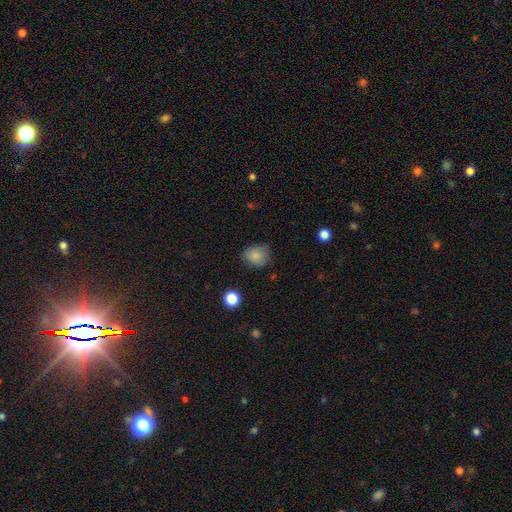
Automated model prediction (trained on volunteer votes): Q: Smooth or featured?
A: smooth (83%); runner-up: star or artifact (10%)
Q: How rounded?
A: round (68%); runner-up: in between (31%)
Q: Merging?
A: none (69%); runner-up: minor disturbance (24%)